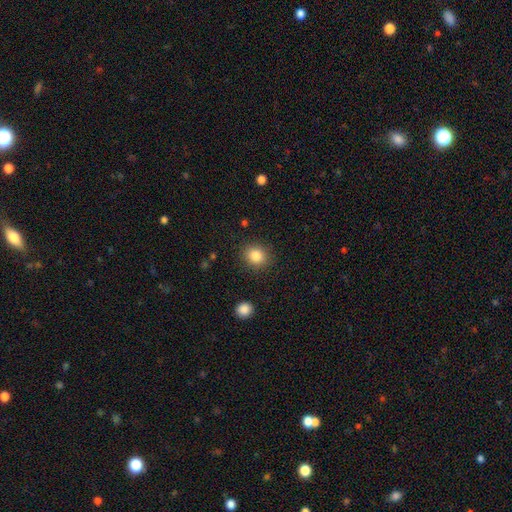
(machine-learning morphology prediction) This is clearly a smooth galaxy (85%). How rounded: likely round (77%). Merging: clearly none (87%).